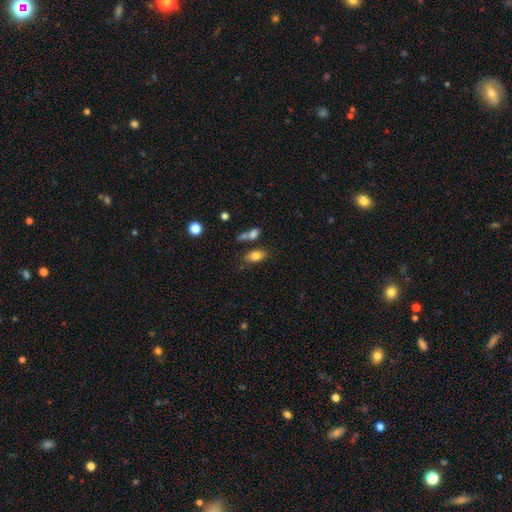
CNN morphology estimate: A smooth galaxy with no disk features (79%) that is in between round and cigar-shaped (87%). Merging: none (67%).